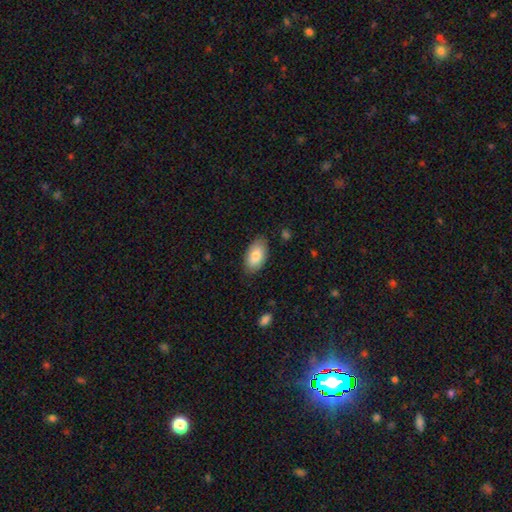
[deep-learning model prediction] Overall: smooth (82%). How rounded: in between (95%). Merging: none (82%).